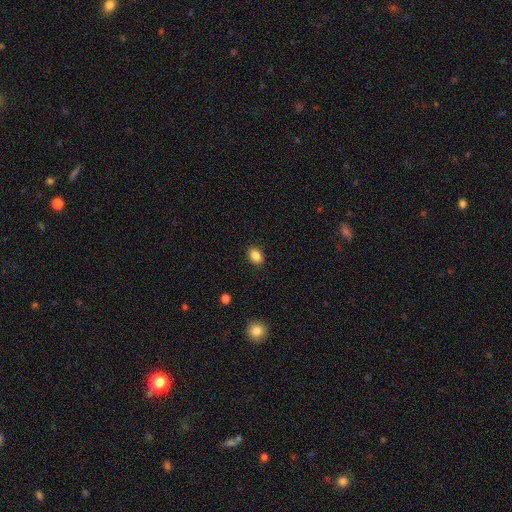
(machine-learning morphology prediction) Overall: smooth (87%). How rounded: in between (77%). Merging: none (88%).